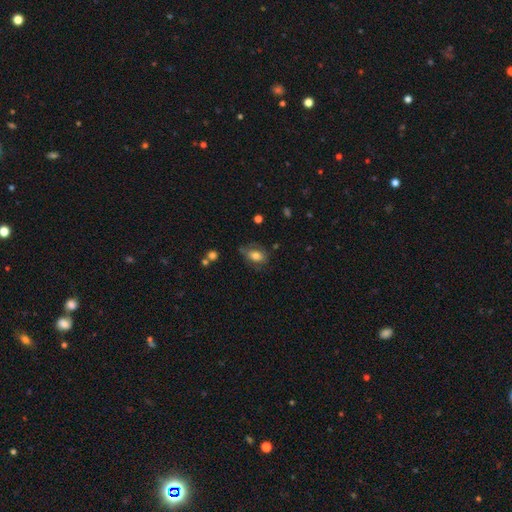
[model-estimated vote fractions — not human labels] The model was most divided on "merging": none: 54%, minor disturbance: 29%, major disturbance: 15%, merger: 3%. More confident: how rounded — in between (83%); smooth or featured — smooth (70%).